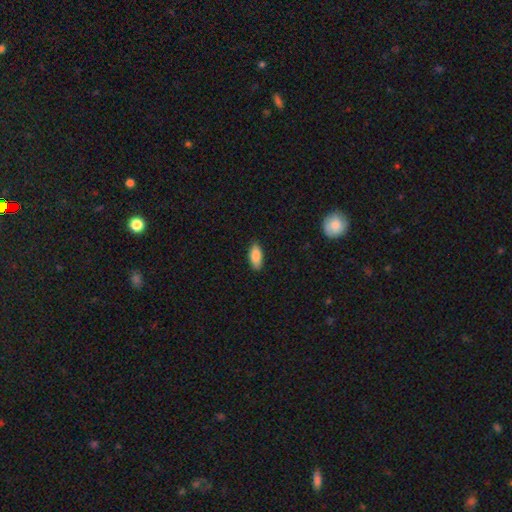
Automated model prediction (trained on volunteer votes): A smooth galaxy with no disk features (89%) that is in between round and cigar-shaped (86%).

Vote fractions:
- Smooth or featured? smooth: 89% / star or artifact: 6% / featured or disk: 5%
- How rounded? in between: 86% / cigar-shaped: 12% / round: 2%
- Merging? none: 87% / minor disturbance: 10% / major disturbance: 2% / merger: 1%